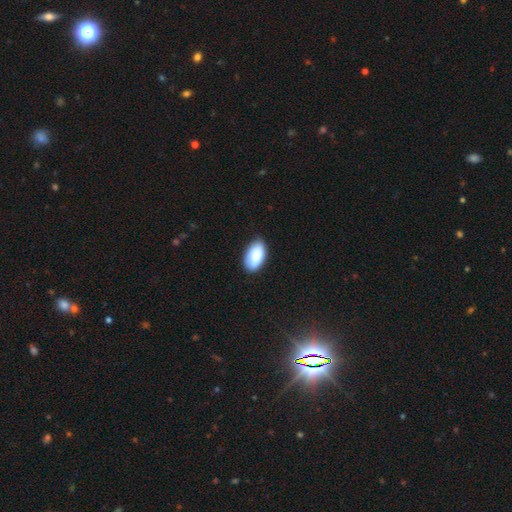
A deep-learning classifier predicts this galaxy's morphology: The model was most divided on "merging": none: 84%, minor disturbance: 13%, major disturbance: 2%, merger: 1%. More confident: how rounded — in between (95%); smooth or featured — smooth (87%).